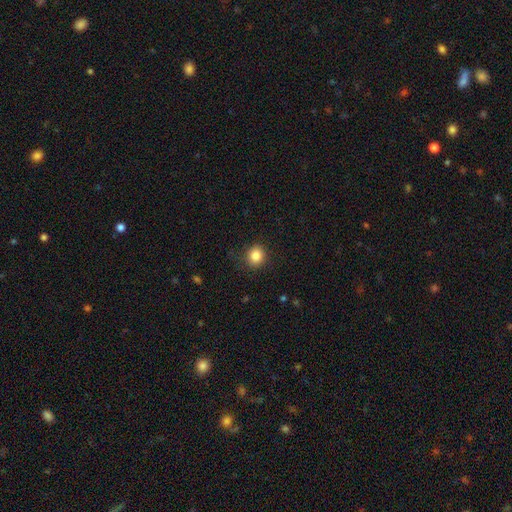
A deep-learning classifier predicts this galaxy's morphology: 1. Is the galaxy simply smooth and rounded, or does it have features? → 85% smooth, 10% star or artifact, 5% featured or disk.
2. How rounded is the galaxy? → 79% round, 20% in between, 1% cigar-shaped.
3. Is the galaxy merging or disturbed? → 86% none, 10% minor disturbance, 3% major disturbance, 1% merger.